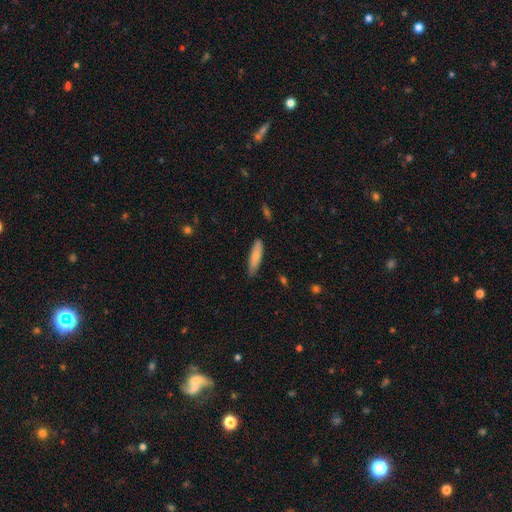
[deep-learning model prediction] Smooth or featured: smooth — 77% (featured or disk — 17%)
How rounded: cigar-shaped — 73% (in between — 26%)
Merging: none — 82% (minor disturbance — 15%)